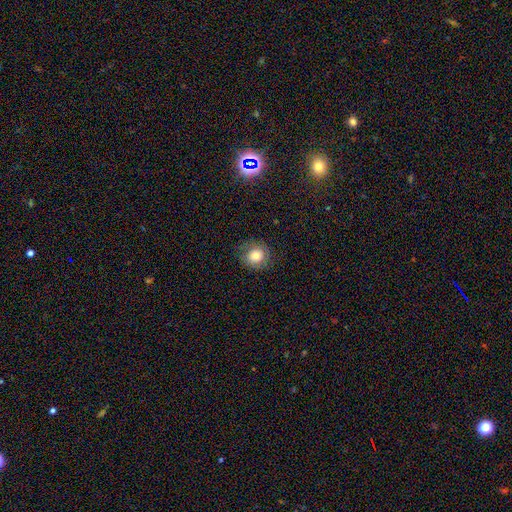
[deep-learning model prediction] smooth-or-featured: smooth: 77% | featured or disk: 13% | star or artifact: 10%
  how-rounded: round: 79% | in between: 20% | cigar-shaped: 1%
  merging: none: 78% | minor disturbance: 15% | major disturbance: 6% | merger: 1%